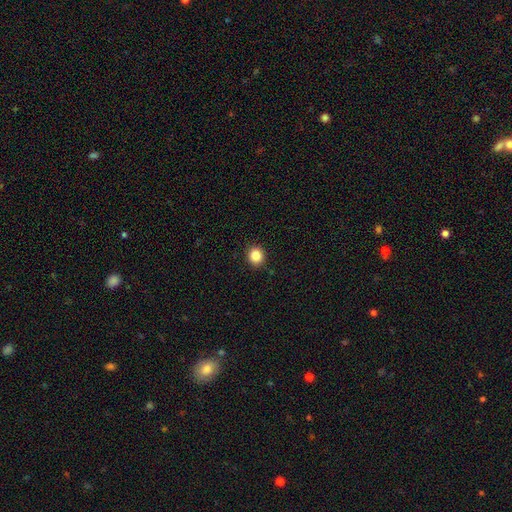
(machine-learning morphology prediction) smooth_or_featured: smooth (p=0.86) [alt: star or artifact p=0.10]
how_rounded: round (p=0.84) [alt: in between p=0.15]
merging: none (p=0.92) [alt: minor disturbance p=0.05]